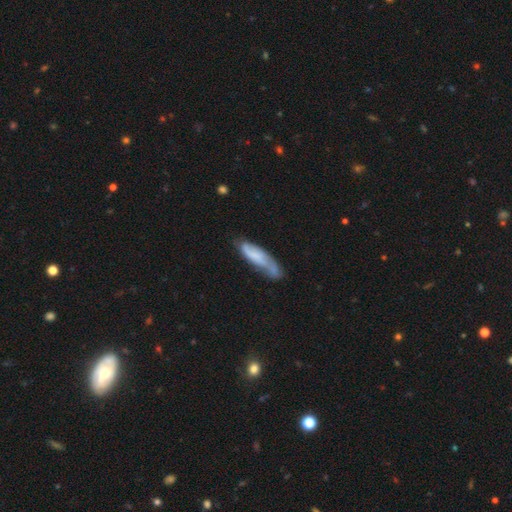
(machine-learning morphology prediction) smooth-or-featured: smooth: 53% | featured or disk: 40% | star or artifact: 7%
  how-rounded: cigar-shaped: 63% | in between: 35% | round: 2%
  merging: none: 50% | minor disturbance: 32% | major disturbance: 13% | merger: 5%